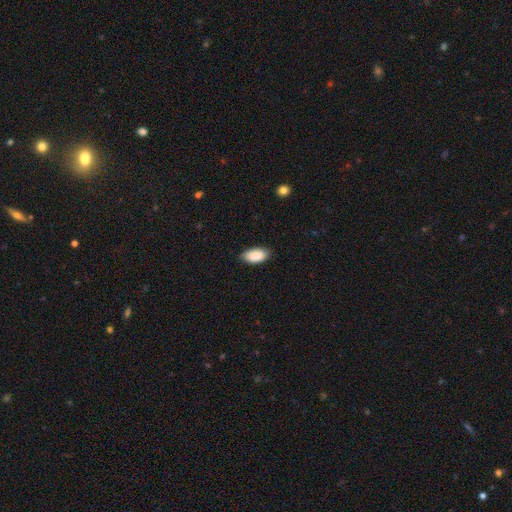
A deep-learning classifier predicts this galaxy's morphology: A smooth galaxy with no disk features (90%) that is in between round and cigar-shaped (94%). Merging: none (81%).